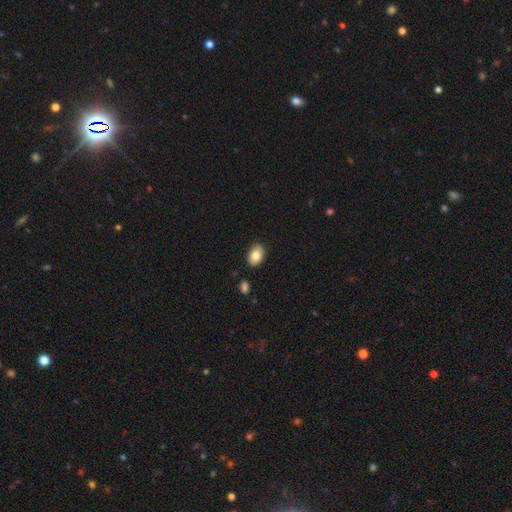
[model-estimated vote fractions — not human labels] Overall: smooth (80%). How rounded: in between (85%). Merging: none (85%).